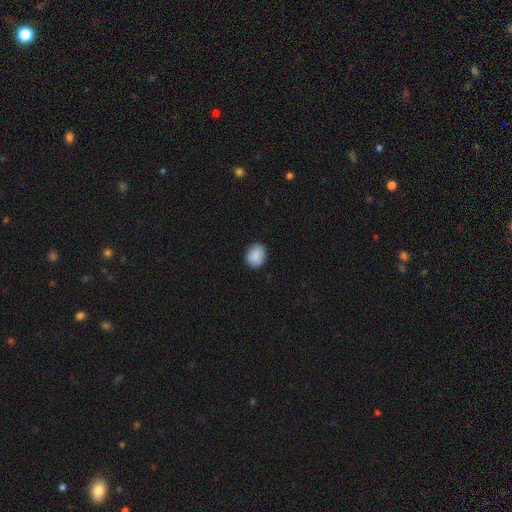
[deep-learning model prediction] A smooth galaxy with no disk features (89%) that is round (53%).

Vote fractions:
- Smooth or featured? smooth: 89% / star or artifact: 7% / featured or disk: 4%
- How rounded? round: 53% / in between: 47% / cigar-shaped: 1%
- Merging? none: 86% / minor disturbance: 11% / major disturbance: 2% / merger: 1%